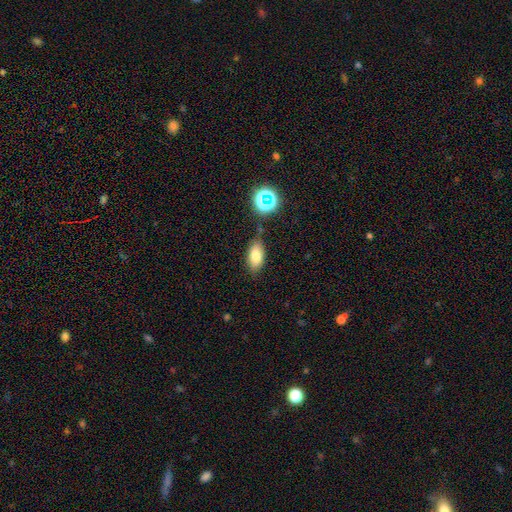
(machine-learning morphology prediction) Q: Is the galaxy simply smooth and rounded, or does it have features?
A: smooth — 78%.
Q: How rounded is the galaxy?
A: in between — 88%.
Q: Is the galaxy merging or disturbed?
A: none — 77%.